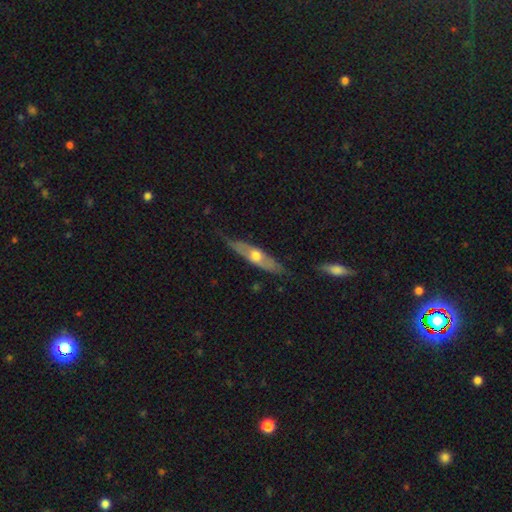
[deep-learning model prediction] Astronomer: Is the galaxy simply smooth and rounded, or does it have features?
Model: featured or disk — 60% (runner-up: smooth, 35%).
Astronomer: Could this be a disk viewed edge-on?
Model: yes — 70%.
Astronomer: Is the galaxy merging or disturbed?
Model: none — 71%.